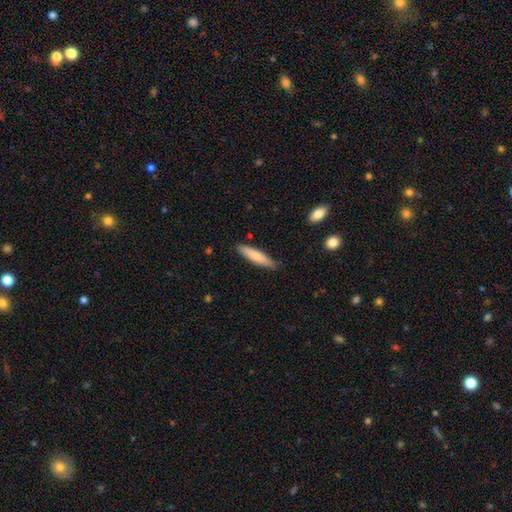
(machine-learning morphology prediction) The model was most divided on "smooth or featured": smooth: 72%, featured or disk: 22%, star or artifact: 5%. More confident: merging — none (83%); how rounded — cigar-shaped (80%).